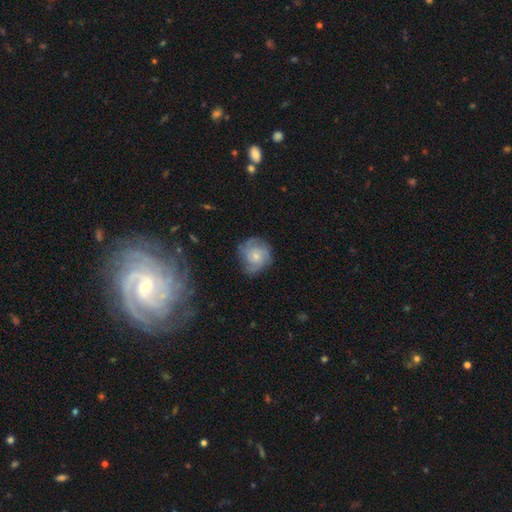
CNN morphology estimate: This is possibly a featured or disk galaxy (56%). It is clearly not viewed edge-on (97%). Bar: likely no (78%). Spiral arm pattern: clearly yes (87%). Central bulge: possibly small (58%). Merging: likely none (70%).